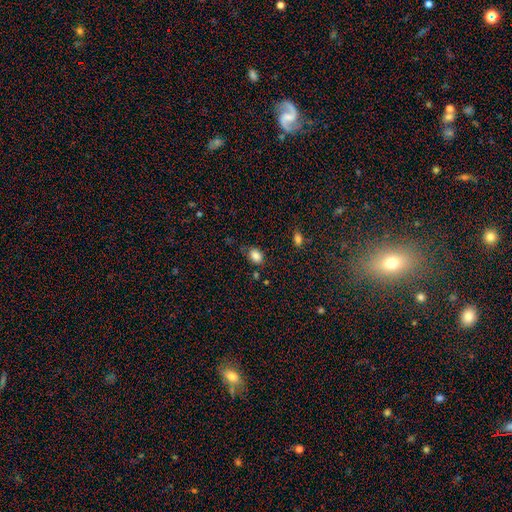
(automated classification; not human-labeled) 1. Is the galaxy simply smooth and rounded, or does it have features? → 86% smooth, 10% star or artifact, 5% featured or disk.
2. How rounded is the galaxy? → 73% in between, 26% round, 1% cigar-shaped.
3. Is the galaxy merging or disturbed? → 72% none, 19% minor disturbance, 5% major disturbance, 4% merger.